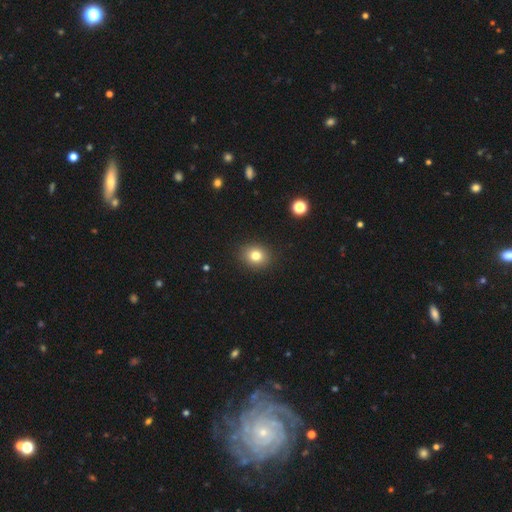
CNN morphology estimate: Smooth or featured: smooth — 79% (star or artifact — 13%)
How rounded: round — 67% (in between — 32%)
Merging: none — 90% (minor disturbance — 7%)